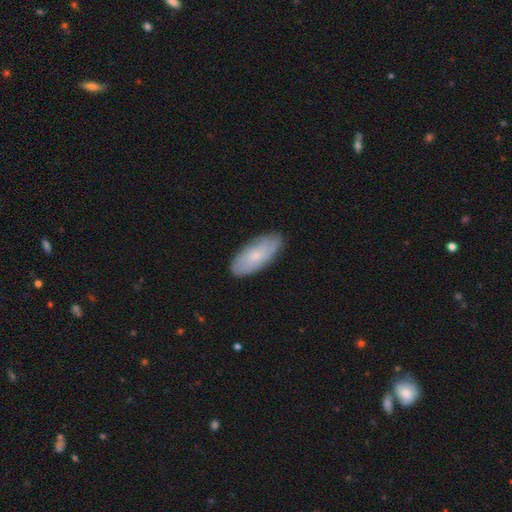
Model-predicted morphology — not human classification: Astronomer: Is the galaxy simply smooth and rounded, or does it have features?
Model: smooth — 58% (runner-up: featured or disk, 35%).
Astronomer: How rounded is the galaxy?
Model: in between — 84%.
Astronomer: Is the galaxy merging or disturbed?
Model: none — 84%.